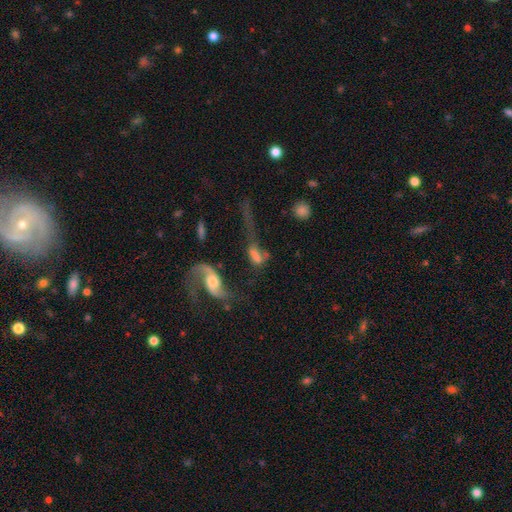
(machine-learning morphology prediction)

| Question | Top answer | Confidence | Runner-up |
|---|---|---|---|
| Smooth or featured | featured or disk | 47% | smooth (39%) |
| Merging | merger | 43% | major disturbance (24%) |